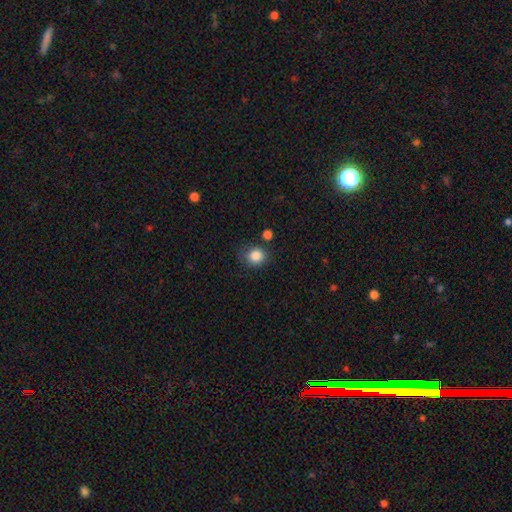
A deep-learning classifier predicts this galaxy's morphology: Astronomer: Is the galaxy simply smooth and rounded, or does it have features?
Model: smooth — 86%.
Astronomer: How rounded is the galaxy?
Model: round — 81%.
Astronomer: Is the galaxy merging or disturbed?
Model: none — 74%.